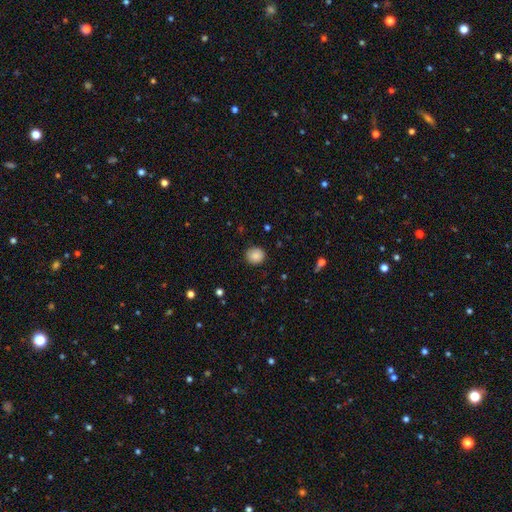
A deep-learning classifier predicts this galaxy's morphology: Smooth or featured?
  - smooth: 87% *
  - star or artifact: 9%
  - featured or disk: 4%
How rounded?
  - round: 90% *
  - in between: 9%
  - cigar-shaped: 1%
Merging?
  - none: 88% *
  - minor disturbance: 9%
  - major disturbance: 2%
  - merger: 1%